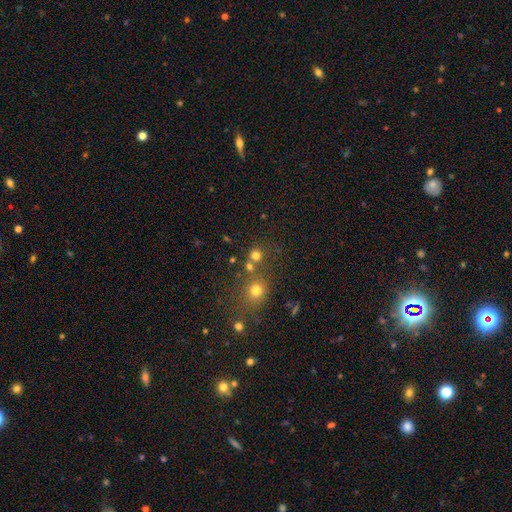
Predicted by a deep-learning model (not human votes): A smooth galaxy with no disk features (73%) that is round (89%). Merging: none (65%).